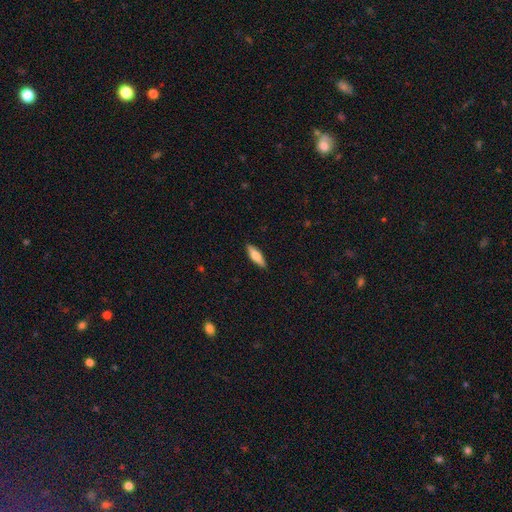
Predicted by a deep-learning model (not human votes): Morphology: type=smooth (61%); roundness=cigar-shaped (55%); merging=none (90%).